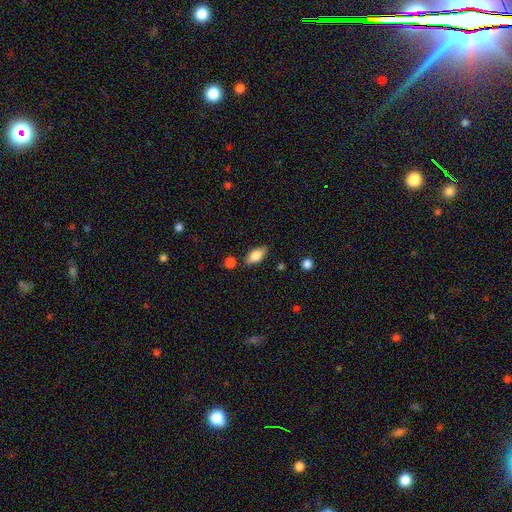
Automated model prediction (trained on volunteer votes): smooth-or-featured: smooth: 75% | featured or disk: 18% | star or artifact: 7%
  how-rounded: in between: 85% | cigar-shaped: 12% | round: 4%
  merging: none: 79% | minor disturbance: 13% | merger: 5% | major disturbance: 3%